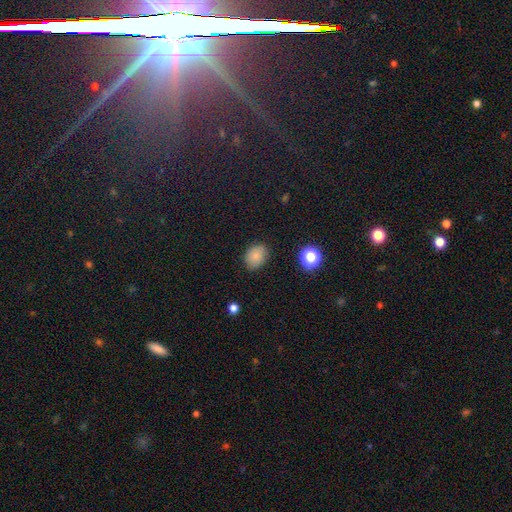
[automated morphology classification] smooth_or_featured: smooth (p=0.81) [alt: star or artifact p=0.11]
how_rounded: in between (p=0.62) [alt: round p=0.37]
merging: none (p=0.82) [alt: minor disturbance p=0.14]